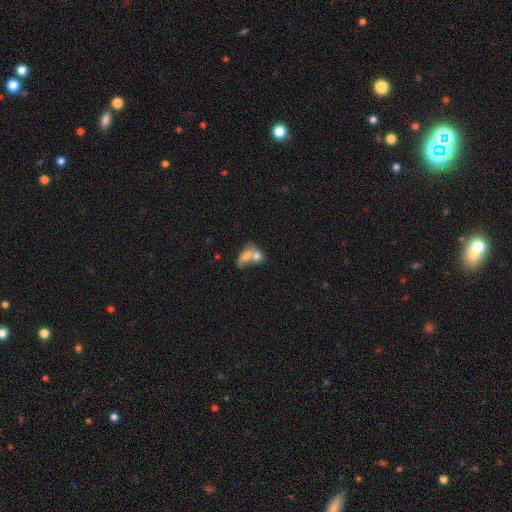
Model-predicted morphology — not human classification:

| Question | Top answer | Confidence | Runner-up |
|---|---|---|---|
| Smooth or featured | smooth | 70% | featured or disk (21%) |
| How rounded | in between | 73% | round (22%) |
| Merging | merger | 71% | none (15%) |